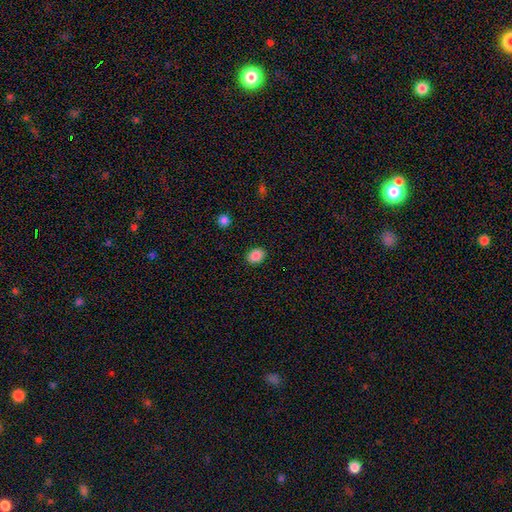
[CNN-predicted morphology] type=smooth (88%); roundness=in between (68%); merging=none (90%).